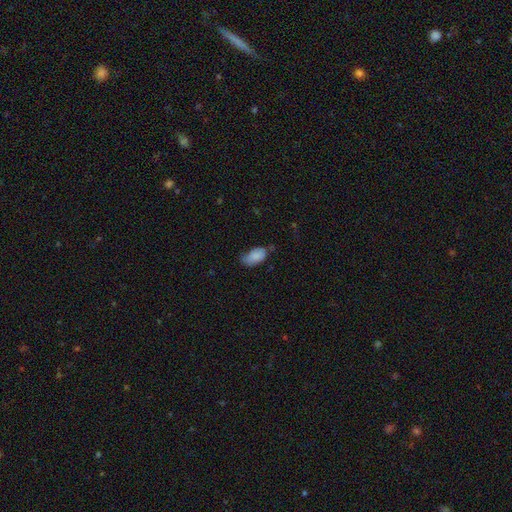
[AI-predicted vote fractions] A smooth galaxy with no disk features (85%) that is in between round and cigar-shaped (94%). Merging: none (51%).